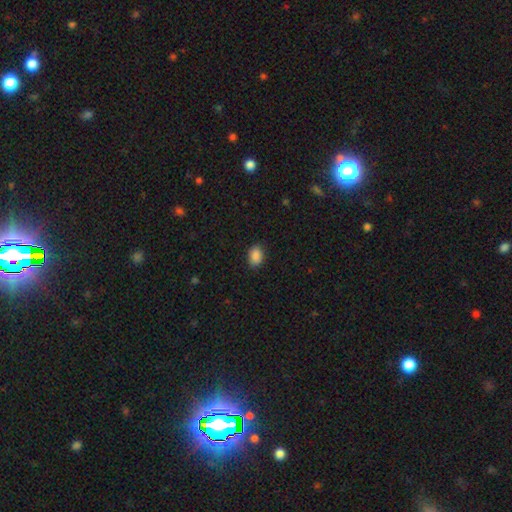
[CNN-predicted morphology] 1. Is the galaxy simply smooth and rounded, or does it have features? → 88% smooth, 8% star or artifact, 3% featured or disk.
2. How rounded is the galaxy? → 81% in between, 18% round, 1% cigar-shaped.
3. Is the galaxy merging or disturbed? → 88% none, 9% minor disturbance, 2% major disturbance, 1% merger.